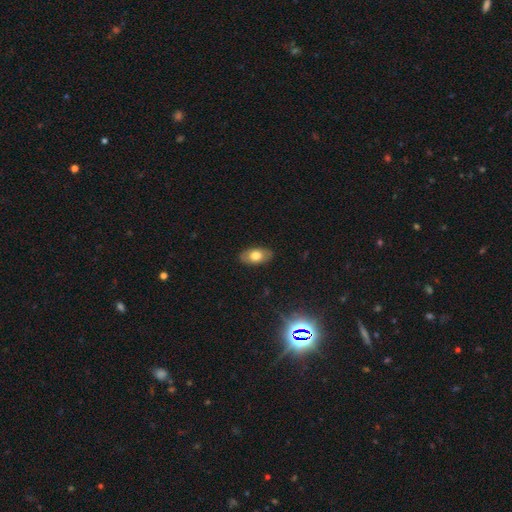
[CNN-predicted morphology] type=smooth (73%); roundness=in between (92%); merging=none (87%).